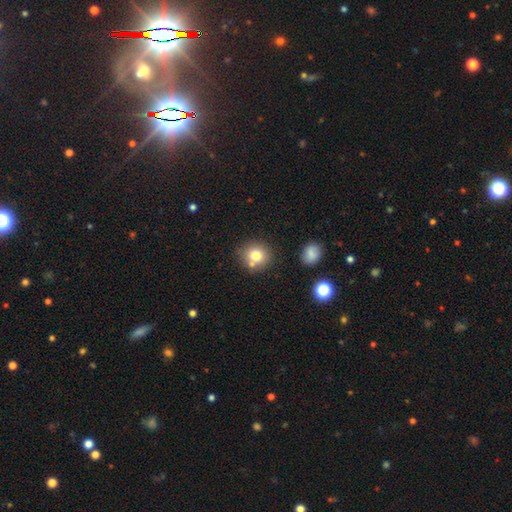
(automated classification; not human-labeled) Smooth or featured: smooth — 77% (star or artifact — 11%)
How rounded: round — 85% (in between — 14%)
Merging: none — 70% (merger — 15%)